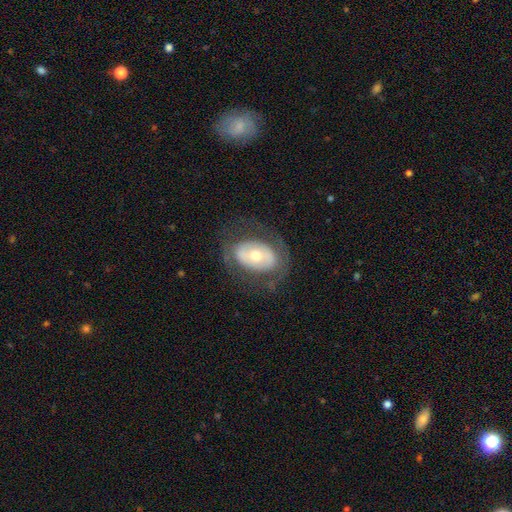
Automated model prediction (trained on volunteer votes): This appears to be a featured or disk galaxy (55%) with no bar (70%), no spiral arms (75%) and a moderate central bulge (66%). Merging: none (71%).